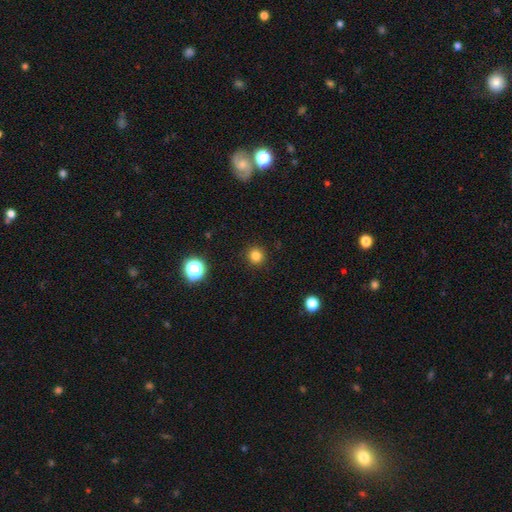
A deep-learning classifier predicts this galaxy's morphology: A smooth galaxy with no disk features (81%) that is round (94%).

Vote fractions:
- Smooth or featured? smooth: 81% / star or artifact: 14% / featured or disk: 5%
- How rounded? round: 94% / in between: 5% / cigar-shaped: 1%
- Merging? none: 92% / minor disturbance: 5% / major disturbance: 2% / merger: 1%